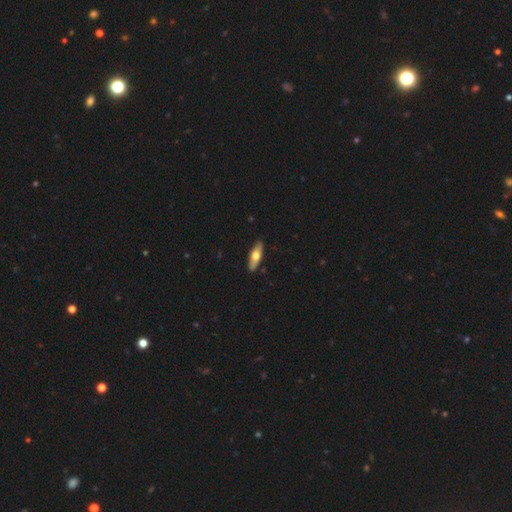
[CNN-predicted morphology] Smooth or featured? smooth (58%)
How rounded? in between (53%)
Merging? none (89%)